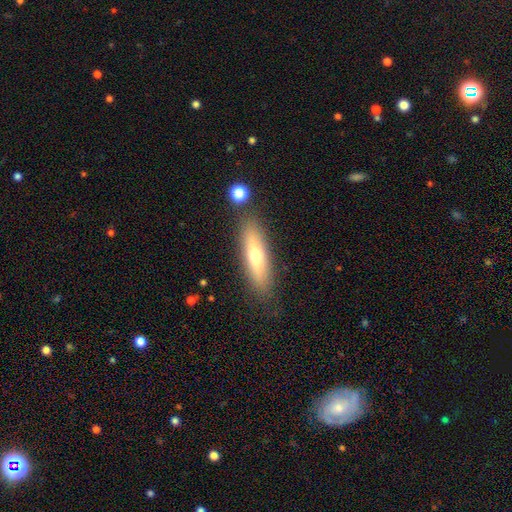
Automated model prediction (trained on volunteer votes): Overall: smooth (56%; featured or disk 37%). How rounded: cigar-shaped (64%; in between 33%). Merging: none (82%).